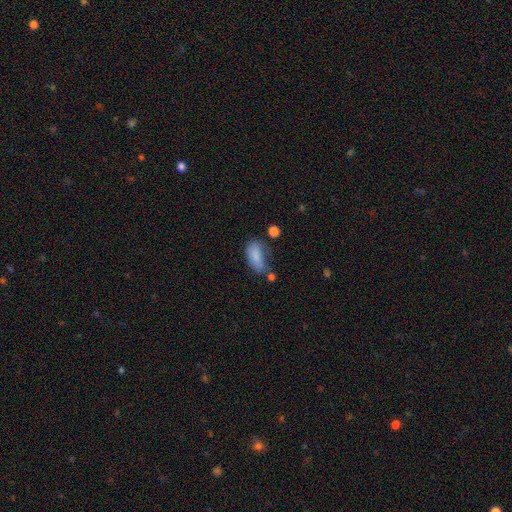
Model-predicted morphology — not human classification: This appears to be a smooth galaxy with no disk features (82%) that is in between round and cigar-shaped (85%). Merging: none (43%).